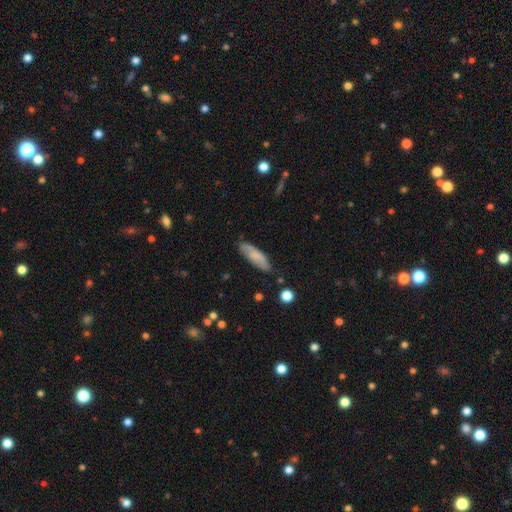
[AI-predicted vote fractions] This appears to be a smooth galaxy with no disk features (72%) that is in between round and cigar-shaped (51%). Merging: none (77%).